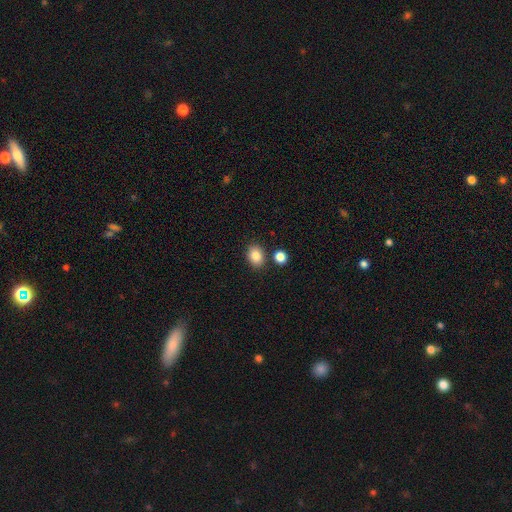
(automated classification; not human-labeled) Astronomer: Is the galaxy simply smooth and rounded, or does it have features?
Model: smooth — 85%.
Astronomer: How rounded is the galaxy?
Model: in between — 64%.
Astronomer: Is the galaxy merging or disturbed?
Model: none — 82%.